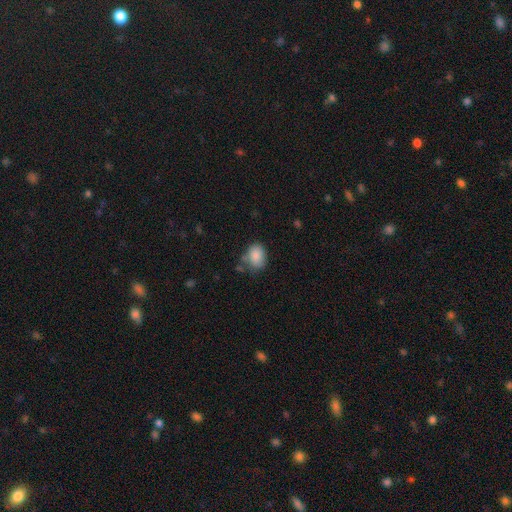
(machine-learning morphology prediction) smooth 85%, star or artifact 8%, featured or disk 7%. Down the decision tree: how rounded — in between (62%); merging — none (60%).